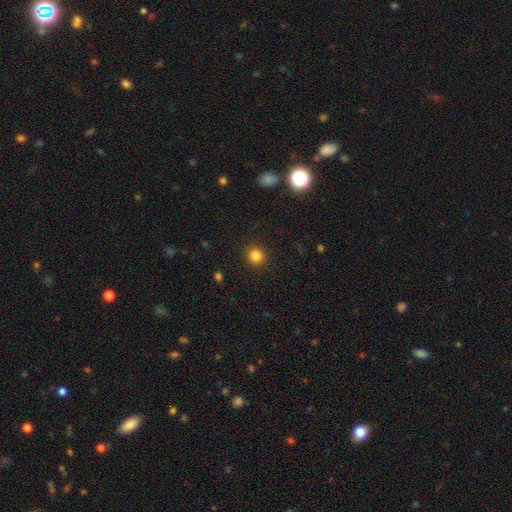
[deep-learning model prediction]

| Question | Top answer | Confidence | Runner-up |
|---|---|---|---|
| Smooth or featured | smooth | 84% | star or artifact (12%) |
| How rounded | round | 92% | in between (7%) |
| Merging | none | 92% | minor disturbance (5%) |